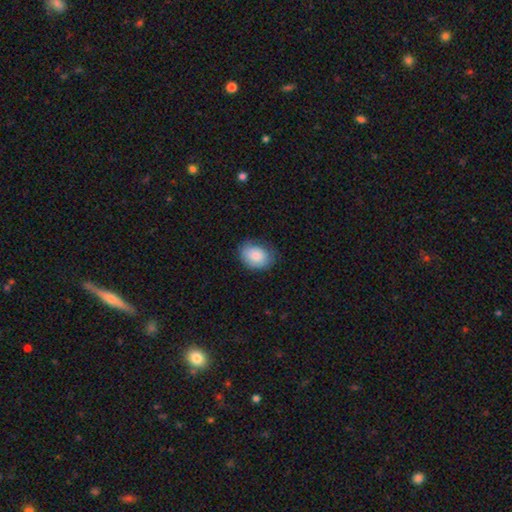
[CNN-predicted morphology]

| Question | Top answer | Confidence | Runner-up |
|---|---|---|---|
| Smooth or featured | smooth | 86% | featured or disk (8%) |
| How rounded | in between | 71% | round (29%) |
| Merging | none | 73% | minor disturbance (21%) |